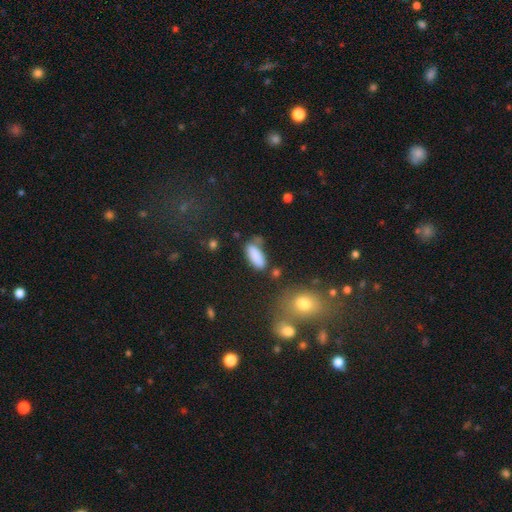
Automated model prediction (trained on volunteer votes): Overall: smooth (85%). How rounded: in between (75%). Merging: none (57%; minor disturbance 24%).